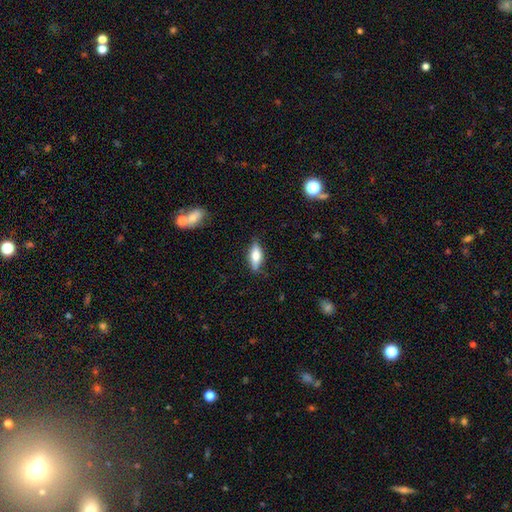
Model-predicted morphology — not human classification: Smooth or featured? Predicted: smooth (p=0.63). How rounded? Predicted: in between (p=0.66). Merging? Predicted: none (p=0.79).